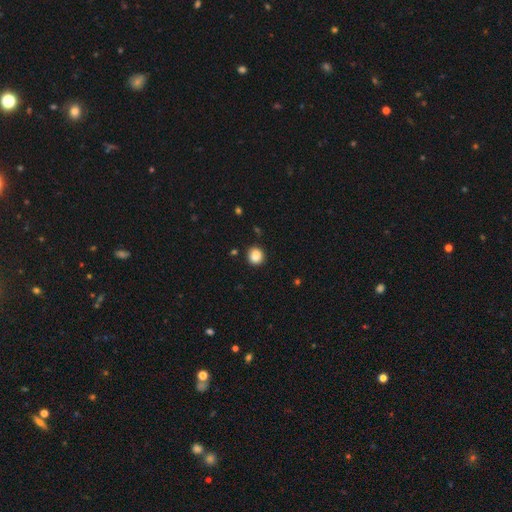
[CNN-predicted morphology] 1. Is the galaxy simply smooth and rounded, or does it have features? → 86% smooth, 10% star or artifact, 4% featured or disk.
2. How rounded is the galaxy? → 82% round, 17% in between, 1% cigar-shaped.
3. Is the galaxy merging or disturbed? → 87% none, 9% minor disturbance, 2% major disturbance, 2% merger.